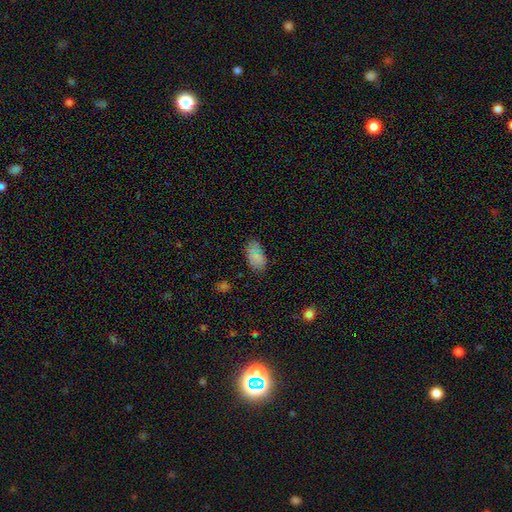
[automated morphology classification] smooth-or-featured: smooth: 76% | star or artifact: 18% | featured or disk: 7%
  how-rounded: in between: 93% | round: 5% | cigar-shaped: 2%
  merging: none: 85% | minor disturbance: 11% | major disturbance: 3% | merger: 1%